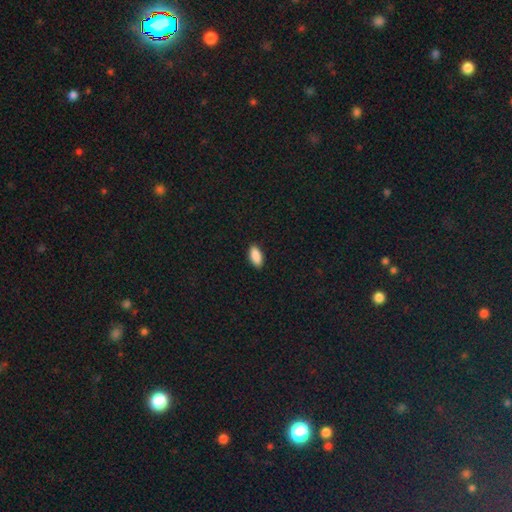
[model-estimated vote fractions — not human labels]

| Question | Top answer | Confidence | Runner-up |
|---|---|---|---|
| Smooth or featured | smooth | 90% | star or artifact (7%) |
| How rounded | in between | 91% | cigar-shaped (7%) |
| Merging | none | 89% | minor disturbance (8%) |